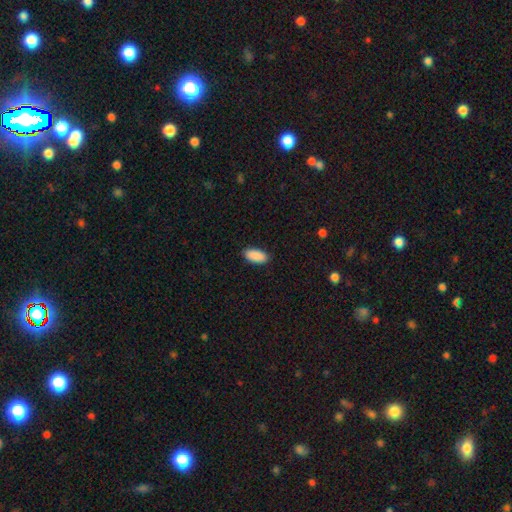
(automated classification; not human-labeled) The model was most divided on "merging": none: 90%, minor disturbance: 8%, major disturbance: 2%, merger: 1%. More confident: how rounded — in between (93%); smooth or featured — smooth (91%).